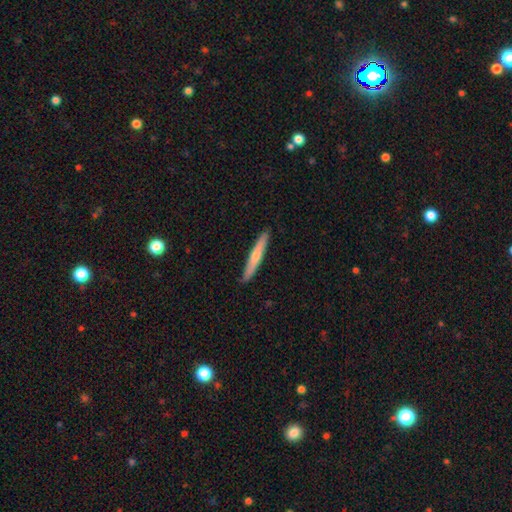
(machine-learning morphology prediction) smooth 60%, featured or disk 35%, star or artifact 5%. Down the decision tree: how rounded — cigar-shaped (95%); merging — none (90%).